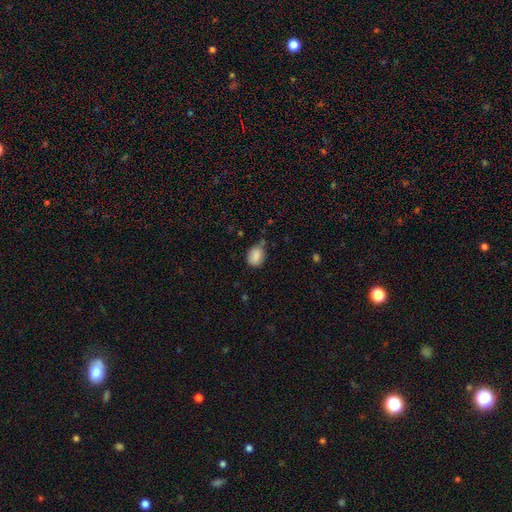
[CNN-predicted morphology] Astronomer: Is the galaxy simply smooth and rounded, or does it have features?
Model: smooth — 85%.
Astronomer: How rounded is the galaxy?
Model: in between — 59% (runner-up: round, 40%).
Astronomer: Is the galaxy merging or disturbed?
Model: none — 62%.